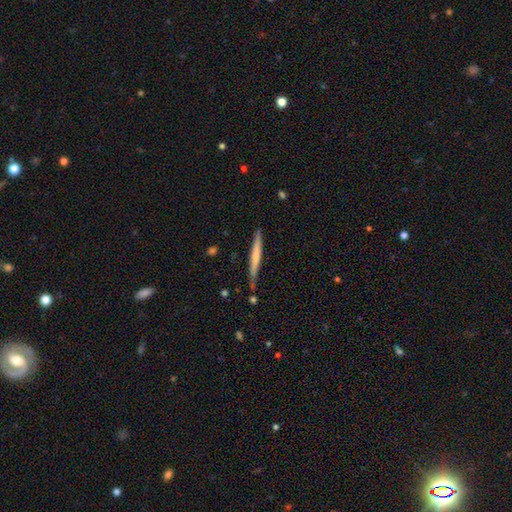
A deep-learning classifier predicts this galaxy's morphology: smooth 53%, featured or disk 41%, star or artifact 6%. Down the decision tree: how rounded — cigar-shaped (96%); merging — none (76%).